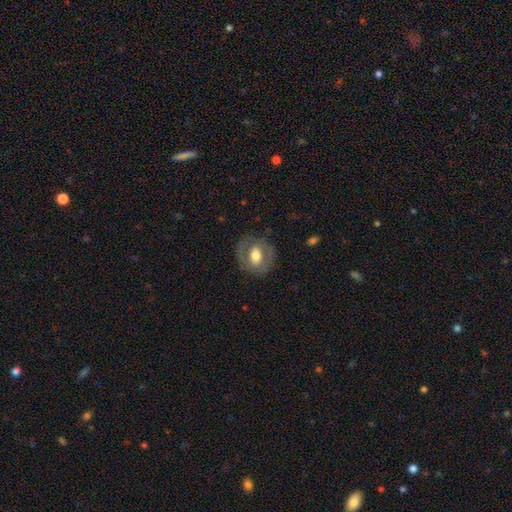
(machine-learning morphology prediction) Smooth or featured? featured or disk (47%)
Merging? none (78%)